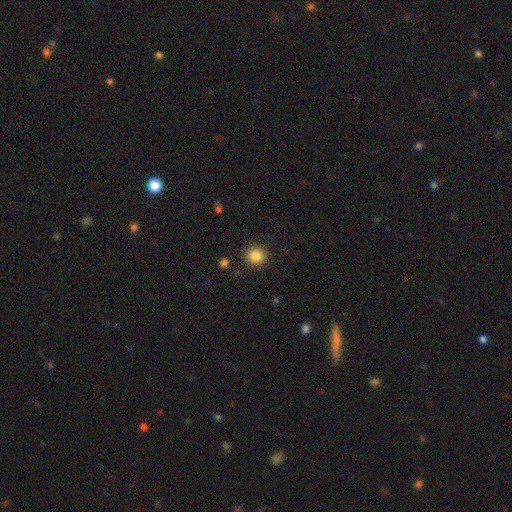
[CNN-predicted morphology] Smooth or featured? smooth (86%)
How rounded? round (93%)
Merging? none (91%)